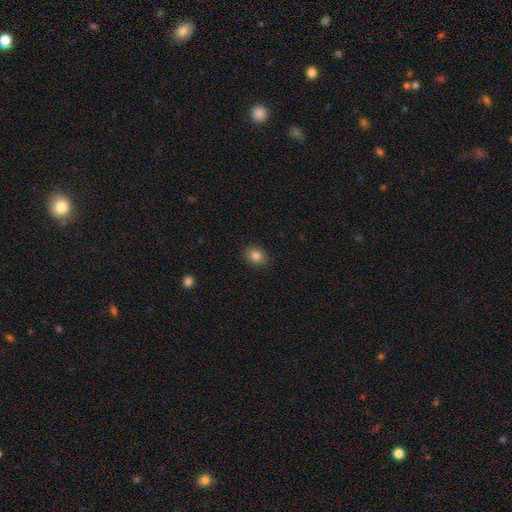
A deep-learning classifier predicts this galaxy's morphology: smooth_or_featured: smooth (p=0.85) [alt: star or artifact p=0.10]
how_rounded: round (p=0.52) [alt: in between p=0.47]
merging: none (p=0.89) [alt: minor disturbance p=0.08]